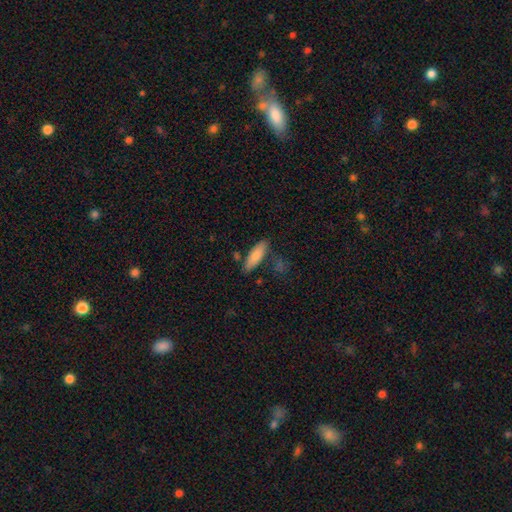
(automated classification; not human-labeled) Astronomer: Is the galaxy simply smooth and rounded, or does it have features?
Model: smooth — 82%.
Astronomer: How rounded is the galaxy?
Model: in between — 52% (runner-up: cigar-shaped, 46%).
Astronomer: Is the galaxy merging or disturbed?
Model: none — 78%.